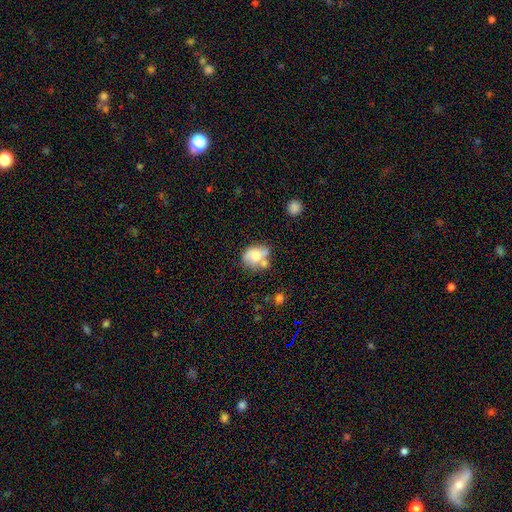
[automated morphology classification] A smooth galaxy with no disk features (66%) that is in between round and cigar-shaped (52%). Merging: none (38%).